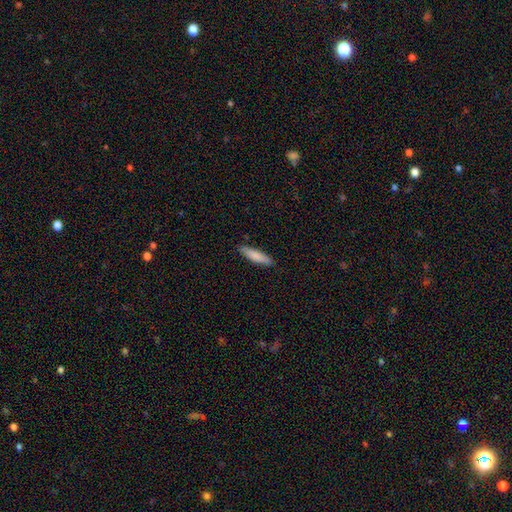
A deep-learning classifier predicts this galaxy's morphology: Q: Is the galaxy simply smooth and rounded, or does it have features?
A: smooth — 83%.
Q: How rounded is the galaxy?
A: cigar-shaped — 75%.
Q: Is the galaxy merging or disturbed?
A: none — 87%.